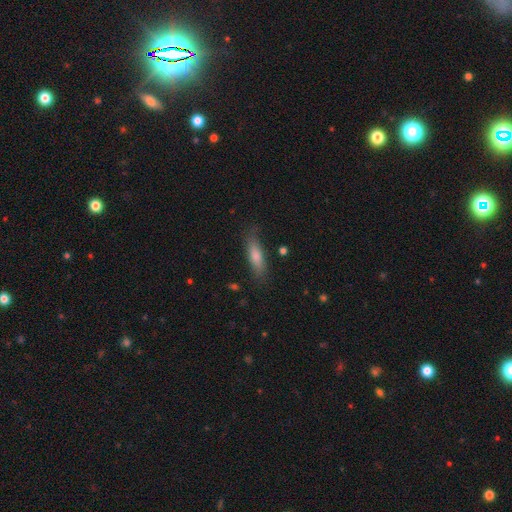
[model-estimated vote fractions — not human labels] Morphology: type=smooth (74%); roundness=cigar-shaped (61%); merging=none (82%).